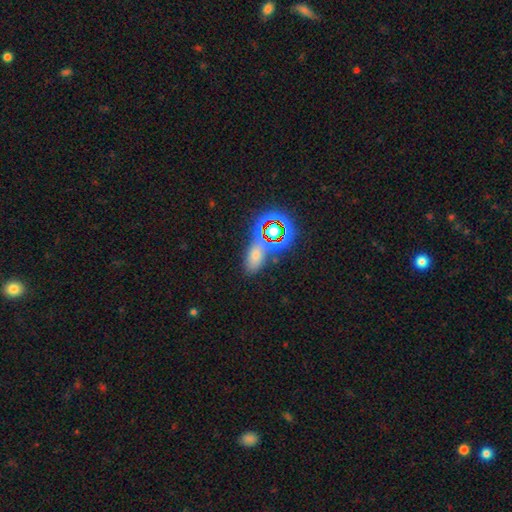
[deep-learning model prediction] Overall: smooth (50%; star or artifact 39%). Merging: none (66%).